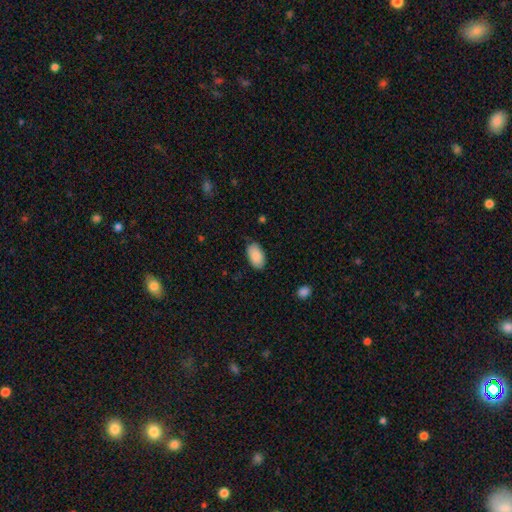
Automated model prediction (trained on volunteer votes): Smooth or featured: smooth — 89% (star or artifact — 6%)
How rounded: in between — 95% (round — 3%)
Merging: none — 83% (minor disturbance — 13%)